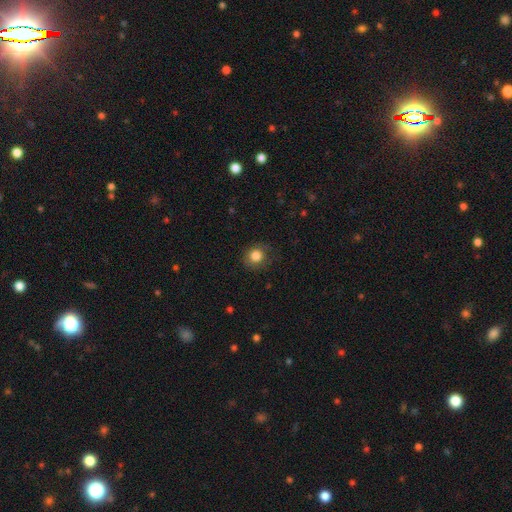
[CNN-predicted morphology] This is clearly a smooth galaxy (83%). How rounded: clearly round (86%). Merging: likely none (79%).